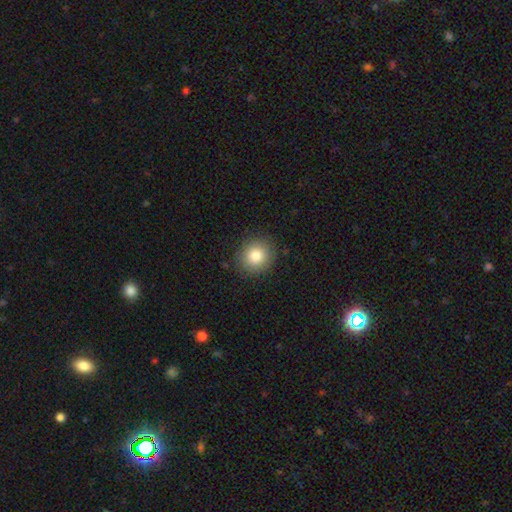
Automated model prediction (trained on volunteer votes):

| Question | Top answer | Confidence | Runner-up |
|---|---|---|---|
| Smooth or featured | smooth | 83% | star or artifact (9%) |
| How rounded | round | 86% | in between (13%) |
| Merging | none | 88% | minor disturbance (9%) |